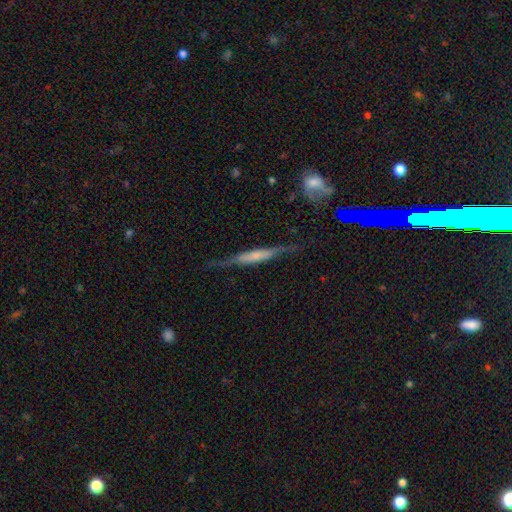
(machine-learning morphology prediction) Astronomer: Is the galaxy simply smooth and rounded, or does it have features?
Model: featured or disk — 60%.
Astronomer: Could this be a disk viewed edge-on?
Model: yes — 90%.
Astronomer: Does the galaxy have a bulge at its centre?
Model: none — 37% (runner-up: rounded, 35%).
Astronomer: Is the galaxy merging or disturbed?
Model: none — 69%.